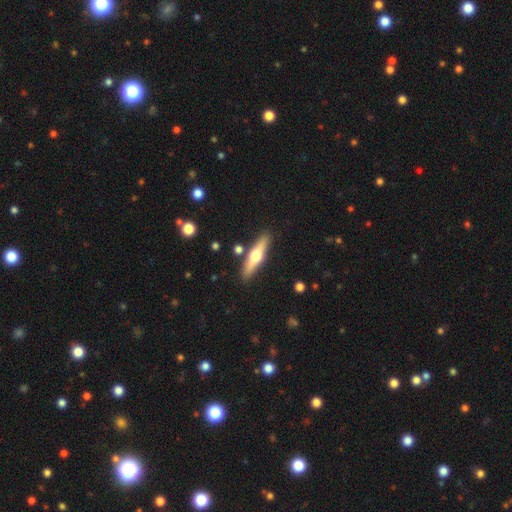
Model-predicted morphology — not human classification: Smooth or featured?
  - featured or disk: 56% *
  - smooth: 39%
  - star or artifact: 6%
Edge-on disk?
  - yes: 94% *
  - no: 6%
Edge-on bulge?
  - rounded: 94% *
  - none: 3%
  - boxy: 3%
Merging?
  - none: 86% *
  - minor disturbance: 8%
  - merger: 4%
  - major disturbance: 2%